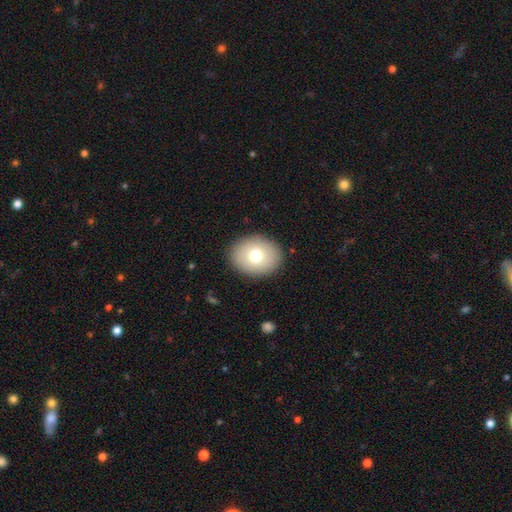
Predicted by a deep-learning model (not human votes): smooth_or_featured: smooth (p=0.74) [alt: featured or disk p=0.17]
how_rounded: in between (p=0.55) [alt: round p=0.44]
merging: none (p=0.89) [alt: minor disturbance p=0.07]